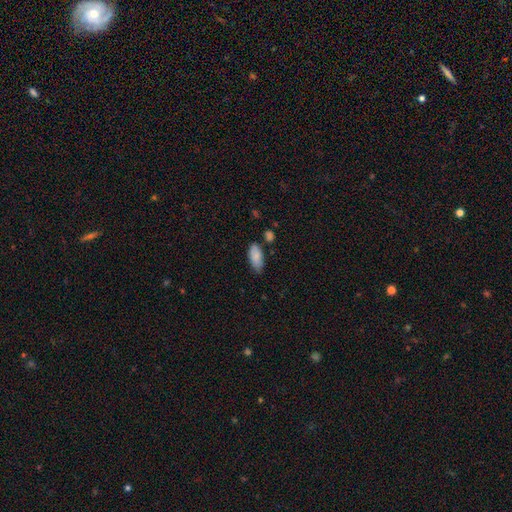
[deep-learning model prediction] The model was most divided on "merging": none: 67%, minor disturbance: 24%, merger: 5%, major disturbance: 4%. More confident: how rounded — in between (90%); smooth or featured — smooth (85%).